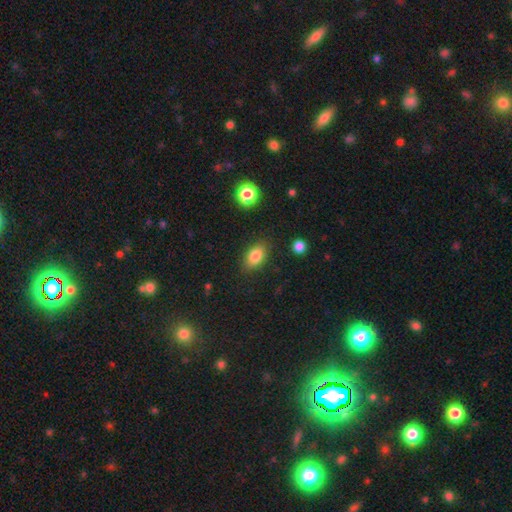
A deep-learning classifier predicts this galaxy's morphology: The model was most divided on "merging": none: 84%, minor disturbance: 11%, major disturbance: 3%, merger: 2%. More confident: how rounded — in between (87%); smooth or featured — smooth (83%).